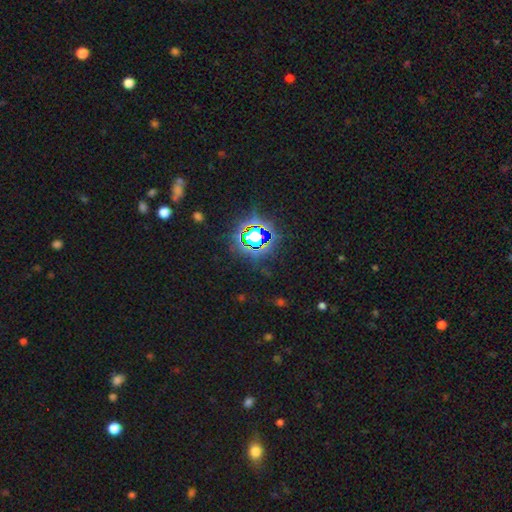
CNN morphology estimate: type=star or artifact (83%).